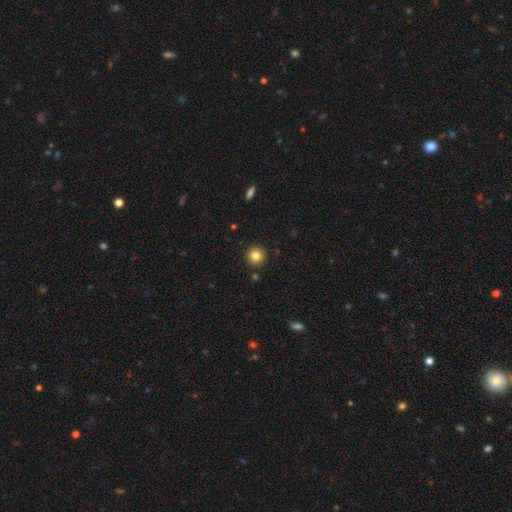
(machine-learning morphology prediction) The model was most divided on "smooth or featured": smooth: 83%, star or artifact: 11%, featured or disk: 6%. More confident: how rounded — round (95%); merging — none (91%).